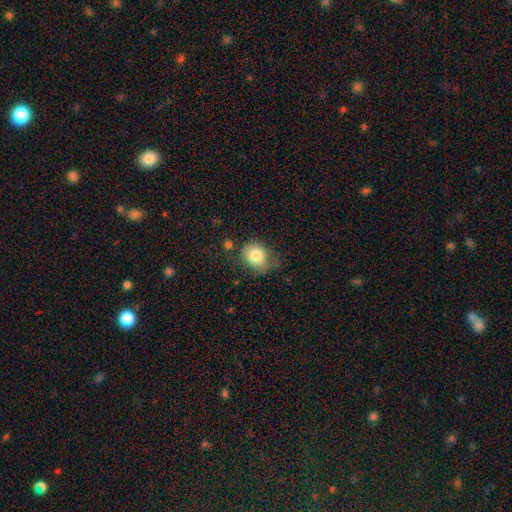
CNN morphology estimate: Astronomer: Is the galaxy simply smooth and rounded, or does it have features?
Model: smooth — 81%.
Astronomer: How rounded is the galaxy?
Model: round — 57% (runner-up: in between, 42%).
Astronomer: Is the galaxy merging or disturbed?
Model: none — 62%.